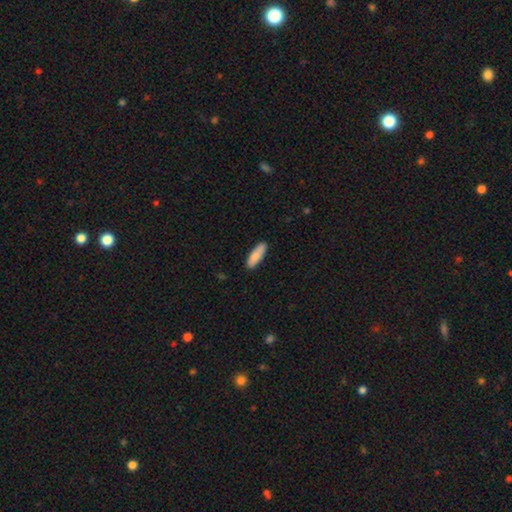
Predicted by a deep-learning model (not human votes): smooth_or_featured: smooth (p=0.86) [alt: featured or disk p=0.09]
how_rounded: cigar-shaped (p=0.53) [alt: in between p=0.45]
merging: none (p=0.88) [alt: minor disturbance p=0.09]